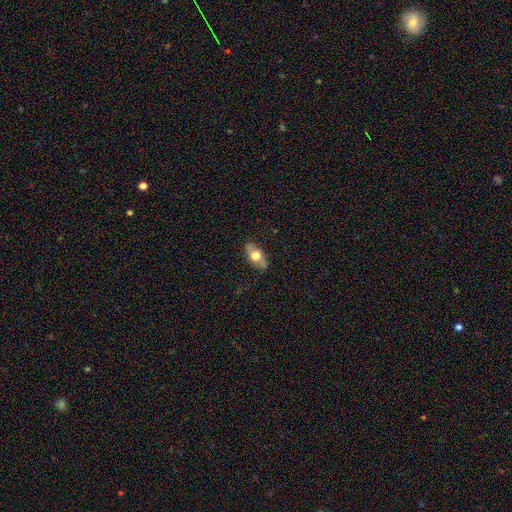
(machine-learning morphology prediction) Smooth or featured: smooth — 61% (featured or disk — 33%)
How rounded: in between — 85% (cigar-shaped — 8%)
Merging: none — 79% (minor disturbance — 16%)